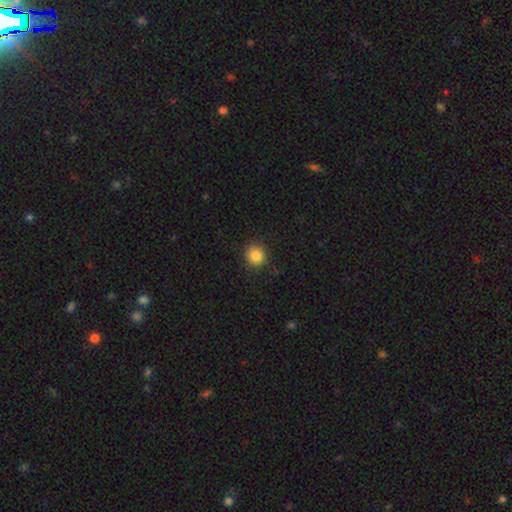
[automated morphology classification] smooth-or-featured: smooth: 85% | star or artifact: 10% | featured or disk: 4%
  how-rounded: round: 91% | in between: 8% | cigar-shaped: 1%
  merging: none: 88% | minor disturbance: 8% | major disturbance: 2% | merger: 1%